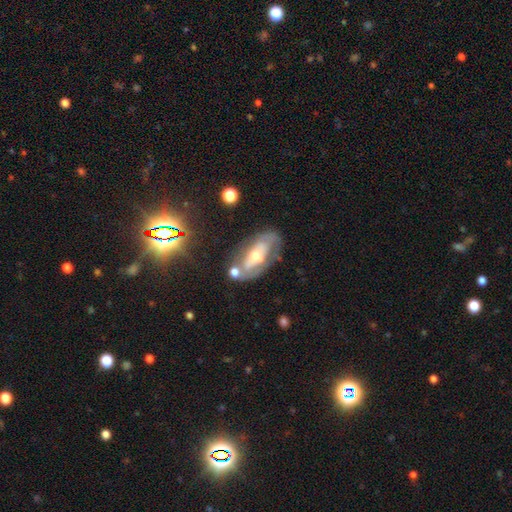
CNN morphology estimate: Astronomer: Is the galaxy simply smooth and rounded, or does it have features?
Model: featured or disk — 66%.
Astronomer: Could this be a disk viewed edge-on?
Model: no — 86%.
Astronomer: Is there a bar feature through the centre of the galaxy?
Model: no — 58%.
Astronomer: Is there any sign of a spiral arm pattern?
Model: yes — 53% (runner-up: no, 47%).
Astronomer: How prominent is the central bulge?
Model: moderate — 57% (runner-up: small, 34%).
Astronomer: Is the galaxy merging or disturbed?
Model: none — 54%.